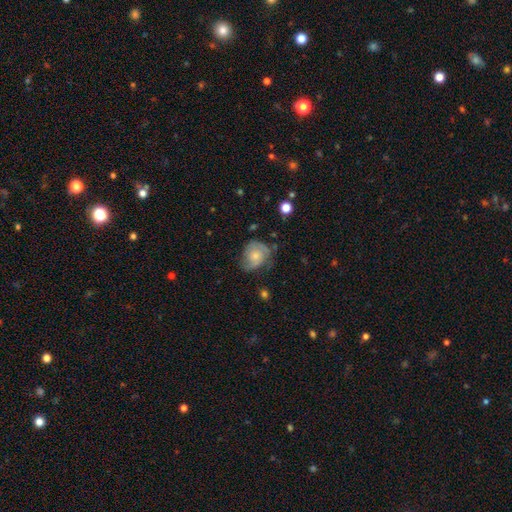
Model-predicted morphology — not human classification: Smooth or featured: featured or disk — 48% (smooth — 44%)
Merging: none — 52% (minor disturbance — 31%)